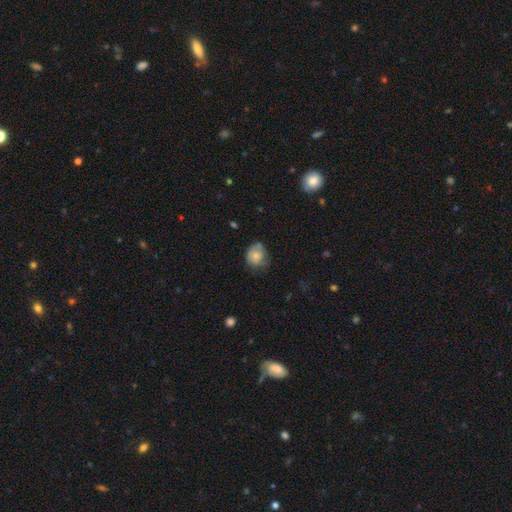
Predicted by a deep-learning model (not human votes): Overall: smooth (71%). How rounded: round (62%; in between 37%). Merging: none (48%; minor disturbance 36%).